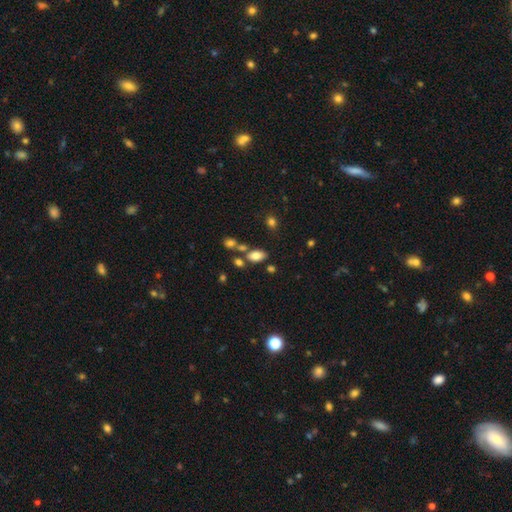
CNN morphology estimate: Q: Smooth or featured?
A: smooth (78%); runner-up: star or artifact (11%)
Q: How rounded?
A: in between (91%); runner-up: round (6%)
Q: Merging?
A: none (63%); runner-up: merger (19%)